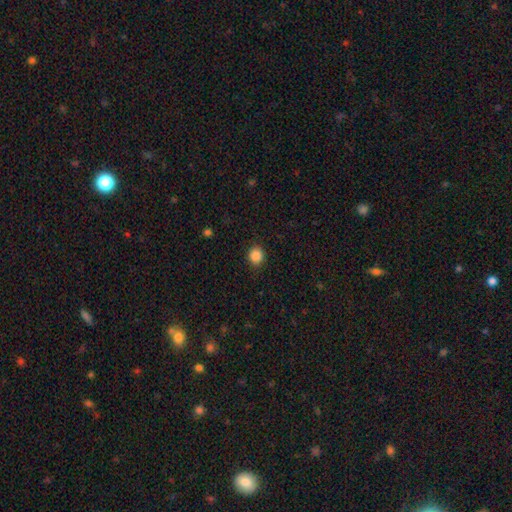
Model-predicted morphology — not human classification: This appears to be a smooth galaxy with no disk features (87%) that is round (82%). Merging: none (89%).